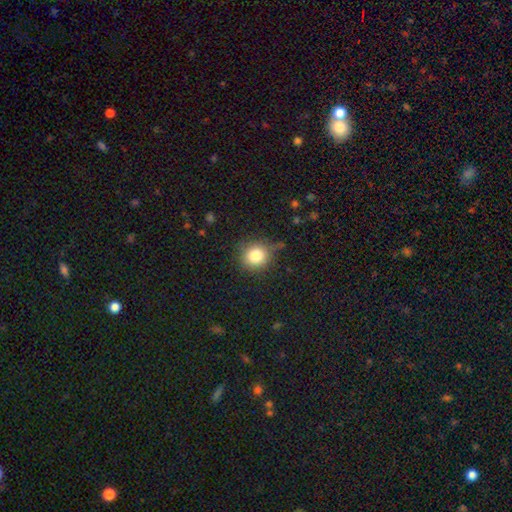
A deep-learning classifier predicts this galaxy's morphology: A smooth galaxy with no disk features (82%) that is round (88%).

Vote fractions:
- Smooth or featured? smooth: 82% / star or artifact: 11% / featured or disk: 7%
- How rounded? round: 88% / in between: 11% / cigar-shaped: 1%
- Merging? none: 76% / minor disturbance: 17% / major disturbance: 5% / merger: 2%